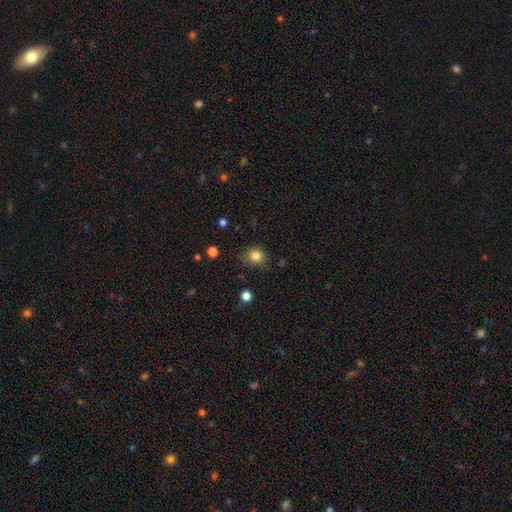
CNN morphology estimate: type=smooth (83%); roundness=round (84%); merging=none (81%).